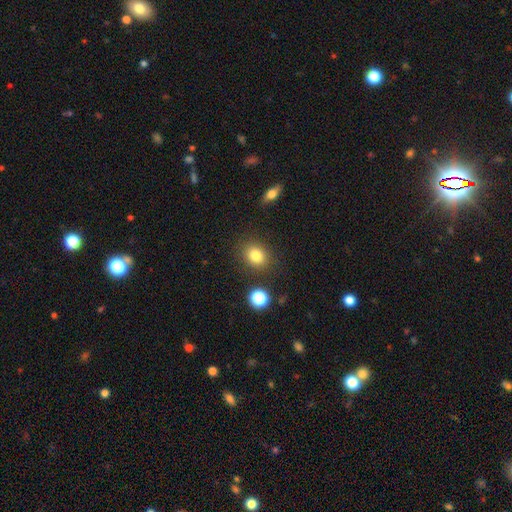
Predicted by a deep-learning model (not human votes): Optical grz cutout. It shows a smooth galaxy with no disk features (81%) that is round (56%). Merging: none (84%).